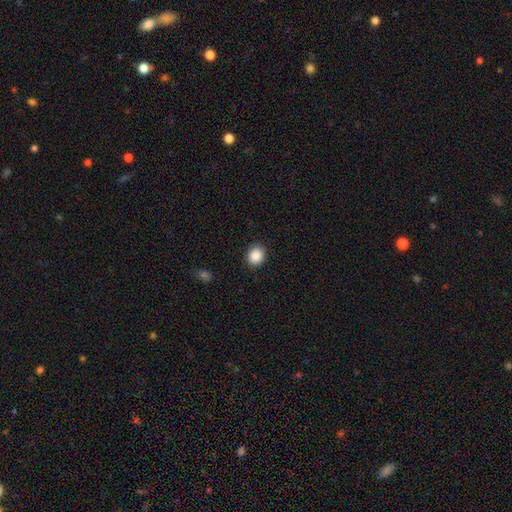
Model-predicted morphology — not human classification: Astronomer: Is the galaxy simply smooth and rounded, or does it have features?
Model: smooth — 89%.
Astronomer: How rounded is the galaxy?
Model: round — 75%.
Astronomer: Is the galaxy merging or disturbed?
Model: none — 90%.